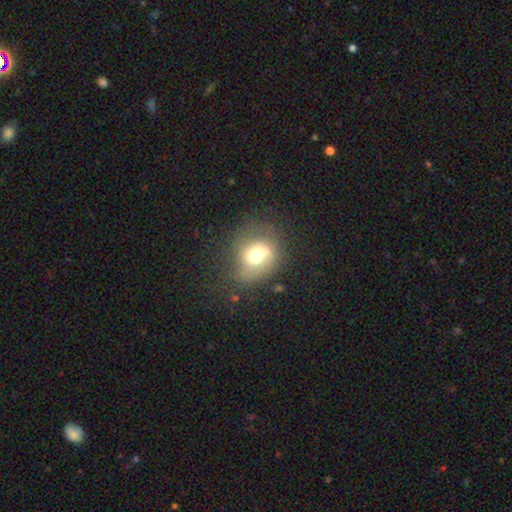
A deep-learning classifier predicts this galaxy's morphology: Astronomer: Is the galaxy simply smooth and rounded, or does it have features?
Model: smooth — 55% (runner-up: featured or disk, 33%).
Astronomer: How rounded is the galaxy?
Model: round — 69%.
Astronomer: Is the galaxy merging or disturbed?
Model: none — 46% (runner-up: minor disturbance, 25%).